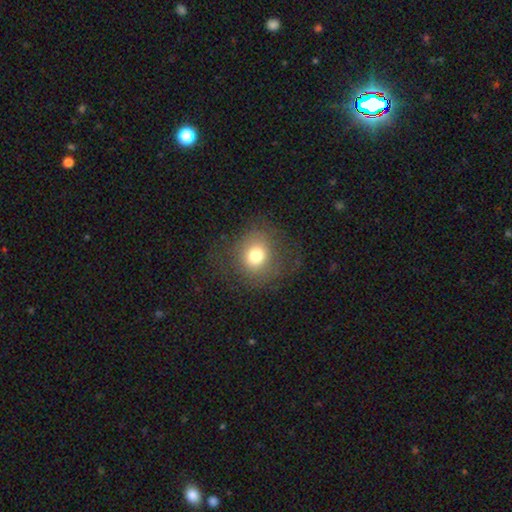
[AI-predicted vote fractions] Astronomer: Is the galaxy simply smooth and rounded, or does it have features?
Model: smooth — 71%.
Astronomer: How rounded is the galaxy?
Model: round — 82%.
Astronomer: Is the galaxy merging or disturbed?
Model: none — 73%.